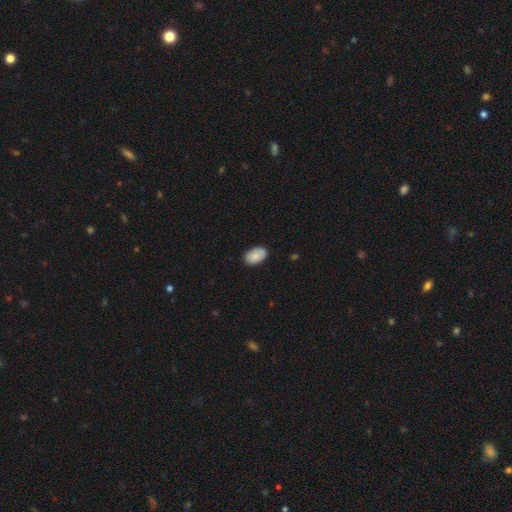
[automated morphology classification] Smooth or featured?
  - smooth: 88% *
  - star or artifact: 6%
  - featured or disk: 6%
How rounded?
  - in between: 93% *
  - round: 6%
  - cigar-shaped: 1%
Merging?
  - none: 85% *
  - minor disturbance: 12%
  - major disturbance: 2%
  - merger: 1%